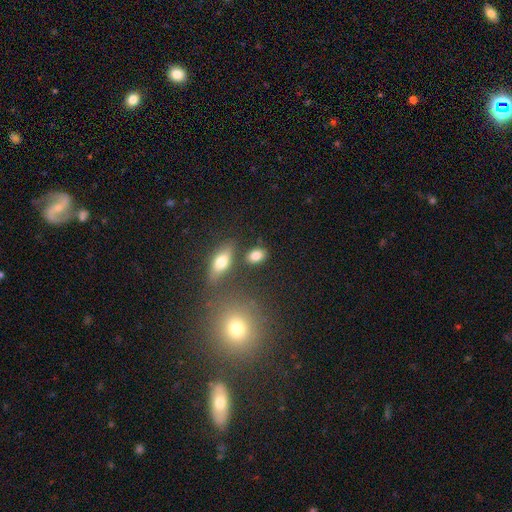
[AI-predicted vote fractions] The model was most divided on "how rounded": in between: 75%, round: 22%, cigar-shaped: 3%. More confident: smooth or featured — smooth (83%); merging — none (77%).